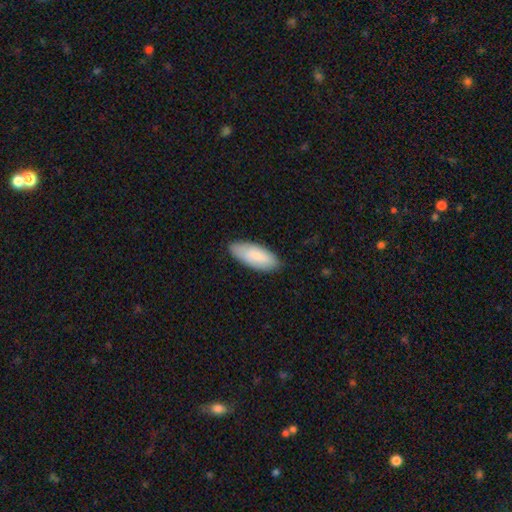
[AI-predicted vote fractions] Smooth or featured? smooth (86%)
How rounded? in between (83%)
Merging? none (82%)